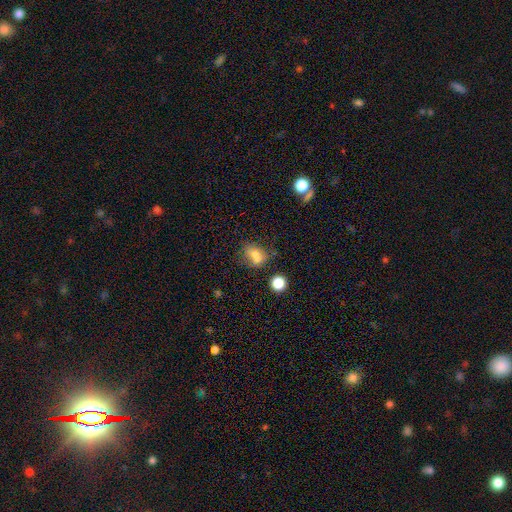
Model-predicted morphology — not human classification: Q: Smooth or featured?
A: smooth (70%); runner-up: featured or disk (16%)
Q: How rounded?
A: in between (56%); runner-up: round (42%)
Q: Merging?
A: none (47%); runner-up: merger (26%)